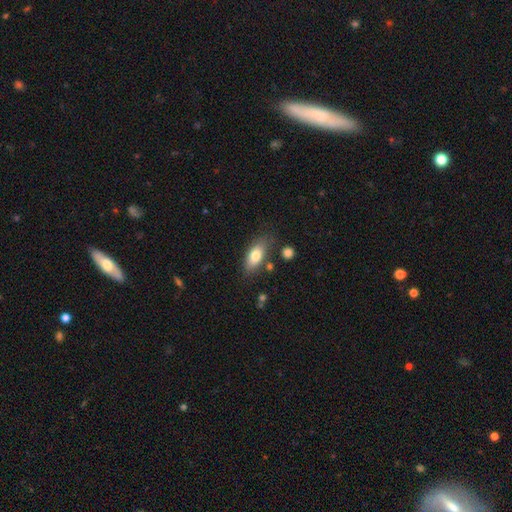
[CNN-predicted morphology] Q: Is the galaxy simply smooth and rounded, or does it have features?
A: smooth — 76%.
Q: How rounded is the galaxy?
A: in between — 83%.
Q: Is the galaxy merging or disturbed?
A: none — 75%.